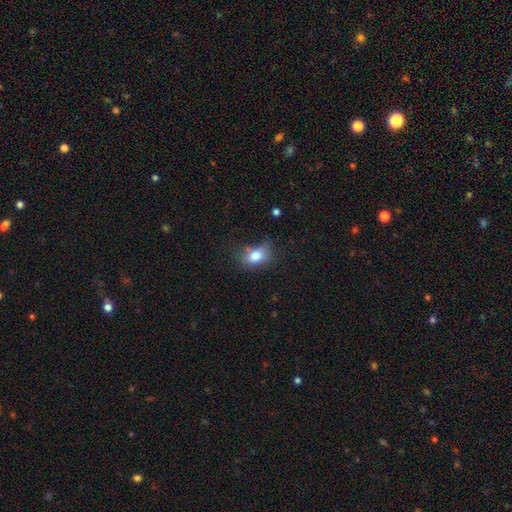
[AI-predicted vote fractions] A smooth galaxy with no disk features (78%) that is in between round and cigar-shaped (73%). Merging: none (45%).